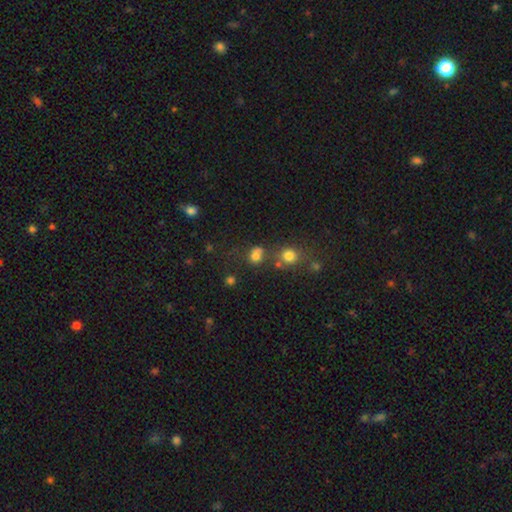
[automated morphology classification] Smooth or featured?
  - smooth: 71% *
  - star or artifact: 20%
  - featured or disk: 9%
How rounded?
  - round: 74% *
  - in between: 25%
  - cigar-shaped: 1%
Merging?
  - none: 52% *
  - merger: 26%
  - minor disturbance: 14%
  - major disturbance: 8%